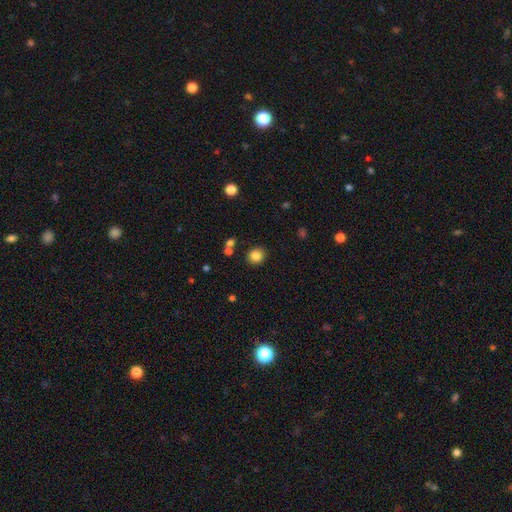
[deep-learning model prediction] A smooth galaxy with no disk features (84%) that is round (85%). Merging: none (86%).